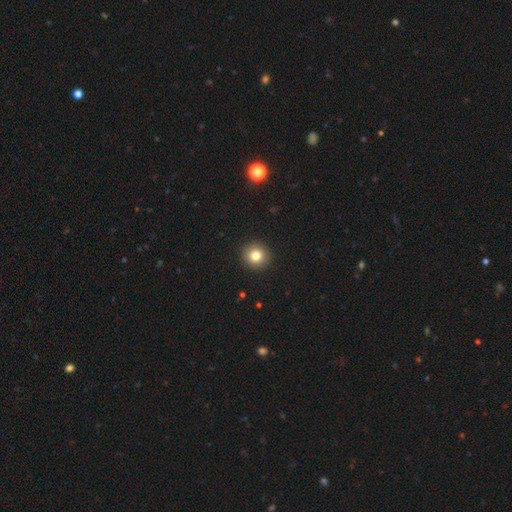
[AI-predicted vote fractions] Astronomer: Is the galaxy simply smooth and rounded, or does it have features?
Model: smooth — 80%.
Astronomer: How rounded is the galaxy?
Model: round — 94%.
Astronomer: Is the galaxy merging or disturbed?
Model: none — 93%.